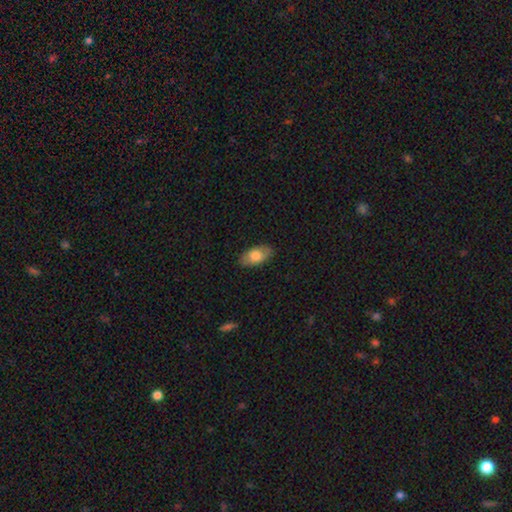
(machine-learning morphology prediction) smooth-or-featured: smooth: 75% | featured or disk: 19% | star or artifact: 6%
  how-rounded: in between: 93% | round: 4% | cigar-shaped: 3%
  merging: none: 85% | minor disturbance: 11% | major disturbance: 2% | merger: 1%